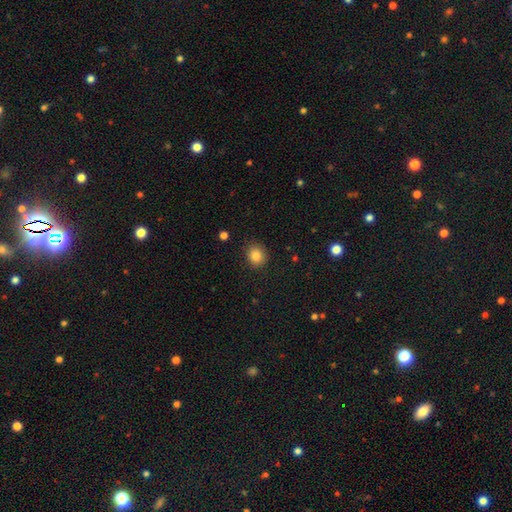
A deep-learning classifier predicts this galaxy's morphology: smooth_or_featured: smooth (p=0.85) [alt: star or artifact p=0.10]
how_rounded: round (p=0.77) [alt: in between p=0.22]
merging: none (p=0.87) [alt: minor disturbance p=0.09]